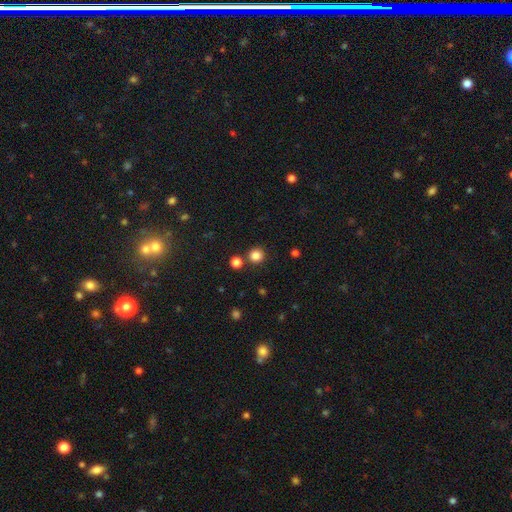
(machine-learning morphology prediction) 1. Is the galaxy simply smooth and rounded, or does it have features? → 83% smooth, 13% star or artifact, 4% featured or disk.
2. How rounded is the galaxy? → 92% round, 7% in between, 1% cigar-shaped.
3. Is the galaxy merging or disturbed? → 83% none, 8% merger, 7% minor disturbance, 3% major disturbance.